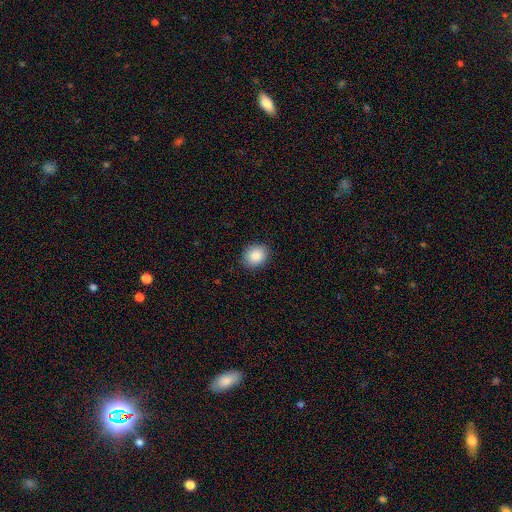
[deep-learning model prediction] Smooth or featured: smooth — 88% (star or artifact — 8%)
How rounded: round — 64% (in between — 35%)
Merging: none — 89% (minor disturbance — 8%)